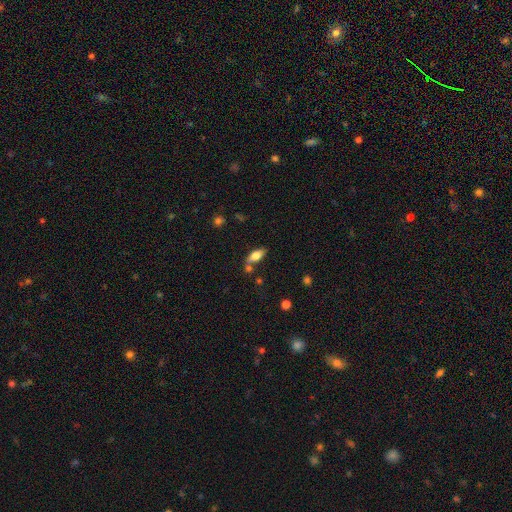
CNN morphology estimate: smooth_or_featured: smooth (p=0.70) [alt: featured or disk p=0.22]
how_rounded: in between (p=0.81) [alt: cigar-shaped p=0.16]
merging: none (p=0.60) [alt: merger p=0.18]